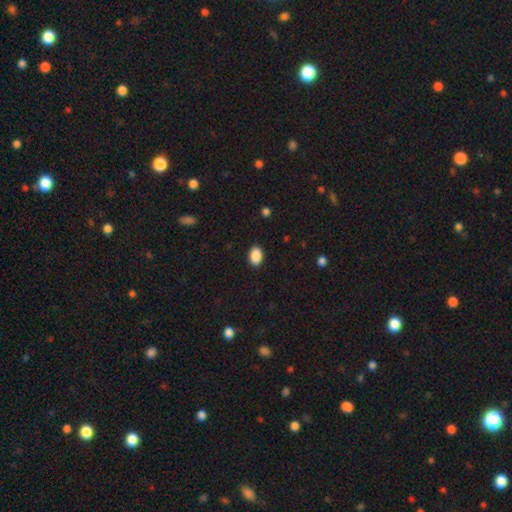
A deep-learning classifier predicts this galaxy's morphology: This appears to be a smooth galaxy with no disk features (90%) that is in between round and cigar-shaped (88%). Merging: none (89%).